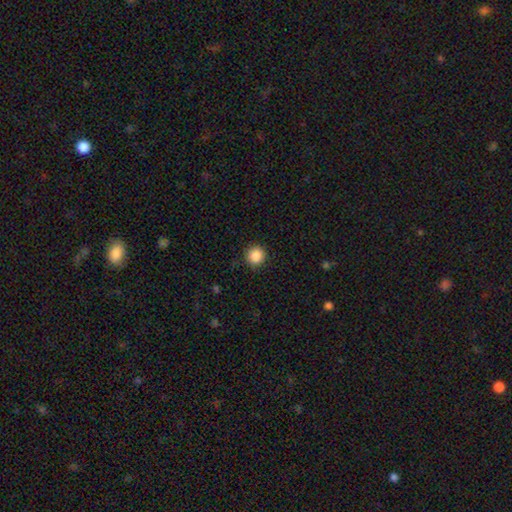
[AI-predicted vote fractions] This is clearly a smooth galaxy (88%). How rounded: clearly round (94%). Merging: clearly none (90%).